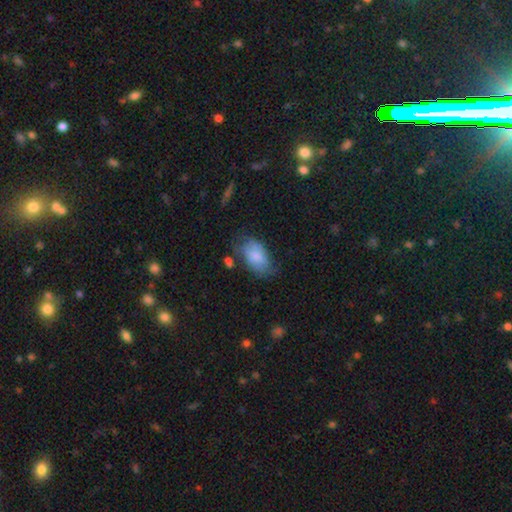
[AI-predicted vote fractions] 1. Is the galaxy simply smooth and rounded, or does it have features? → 70% smooth, 22% featured or disk, 7% star or artifact.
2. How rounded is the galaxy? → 92% in between, 6% round, 2% cigar-shaped.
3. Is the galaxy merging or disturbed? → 46% none, 32% minor disturbance, 16% major disturbance, 5% merger.